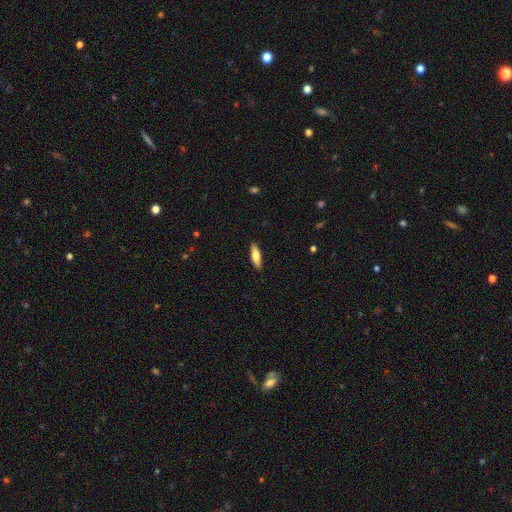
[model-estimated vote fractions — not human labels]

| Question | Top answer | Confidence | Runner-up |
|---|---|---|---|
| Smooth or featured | smooth | 70% | featured or disk (25%) |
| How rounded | cigar-shaped | 53% | in between (45%) |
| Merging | none | 89% | minor disturbance (8%) |